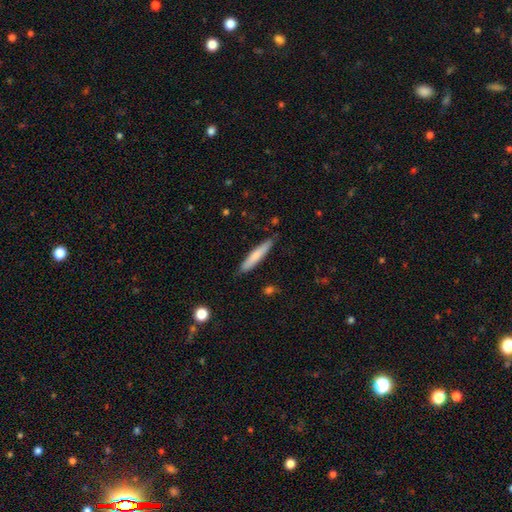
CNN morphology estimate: smooth 72%, featured or disk 22%, star or artifact 6%. Down the decision tree: how rounded — cigar-shaped (92%); merging — none (85%).